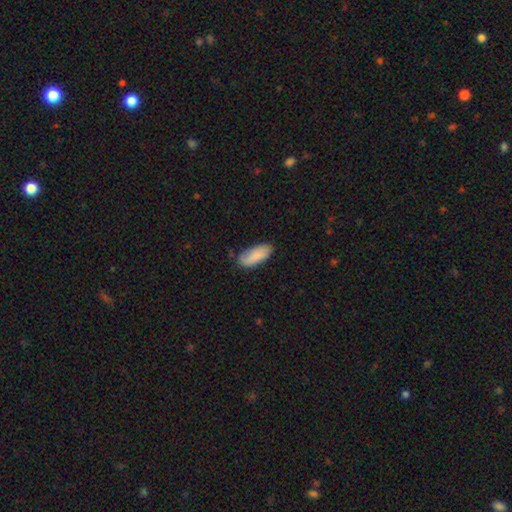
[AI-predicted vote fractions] Overall: smooth (84%). How rounded: in between (86%). Merging: none (74%).